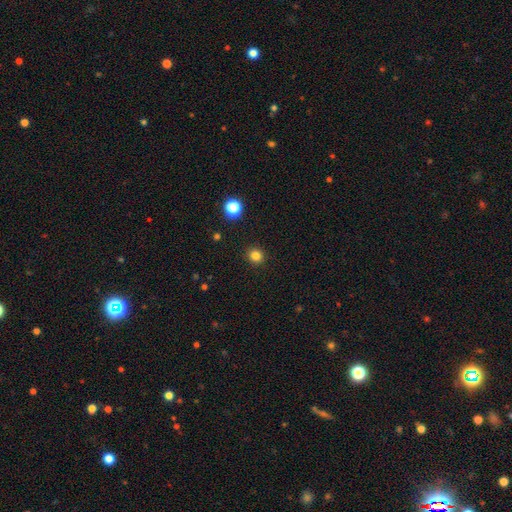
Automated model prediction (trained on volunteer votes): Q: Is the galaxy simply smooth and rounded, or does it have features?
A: smooth — 82%.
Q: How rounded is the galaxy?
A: round — 87%.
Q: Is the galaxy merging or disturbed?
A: none — 91%.